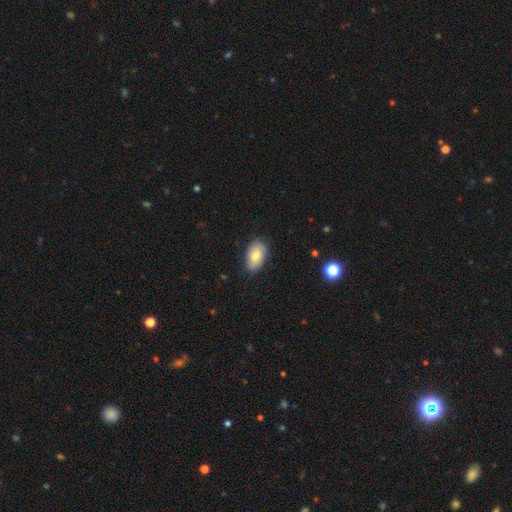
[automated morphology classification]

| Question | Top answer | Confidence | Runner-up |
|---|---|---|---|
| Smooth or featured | smooth | 78% | featured or disk (15%) |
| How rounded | in between | 93% | round (6%) |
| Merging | none | 82% | minor disturbance (14%) |